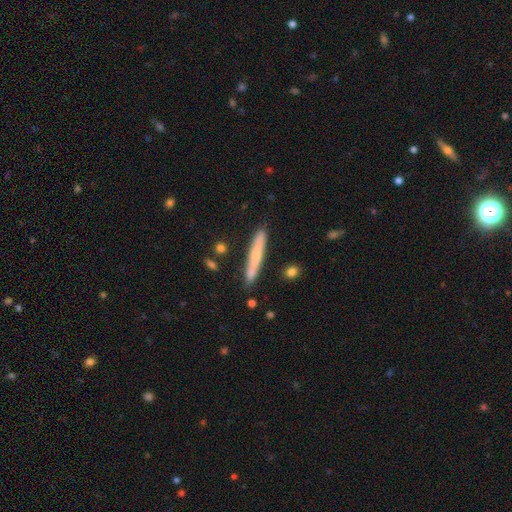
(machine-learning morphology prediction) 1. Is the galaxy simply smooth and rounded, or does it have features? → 60% smooth, 34% featured or disk, 6% star or artifact.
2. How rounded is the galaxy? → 95% cigar-shaped, 4% in between, 1% round.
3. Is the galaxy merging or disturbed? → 84% none, 11% minor disturbance, 3% merger, 2% major disturbance.